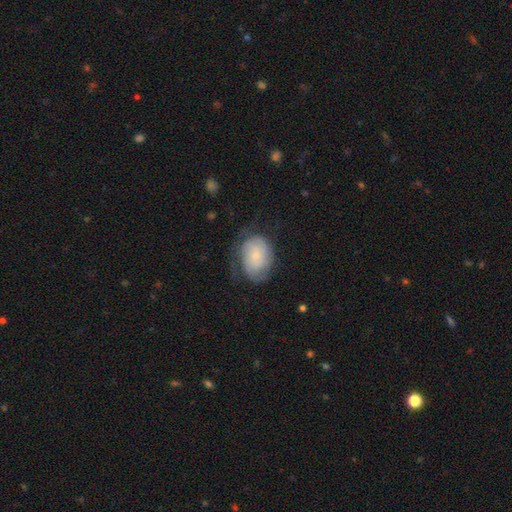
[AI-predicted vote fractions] A featured or disk galaxy (46%, tied with smooth).

Vote fractions:
- Smooth or featured? featured or disk: 46% (tied) / smooth: 46% (tied) / star or artifact: 8%
- Merging? none: 51% / minor disturbance: 27% / major disturbance: 21% / merger: 1%